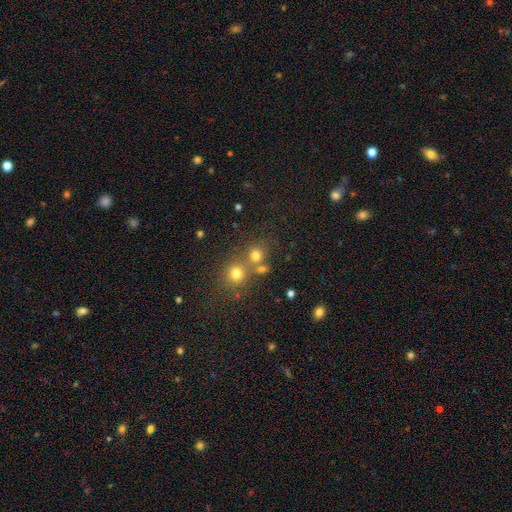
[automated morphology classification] The model was most divided on "merging": none: 57%, merger: 31%, minor disturbance: 8%, major disturbance: 4%. More confident: how rounded — round (86%); smooth or featured — smooth (74%).